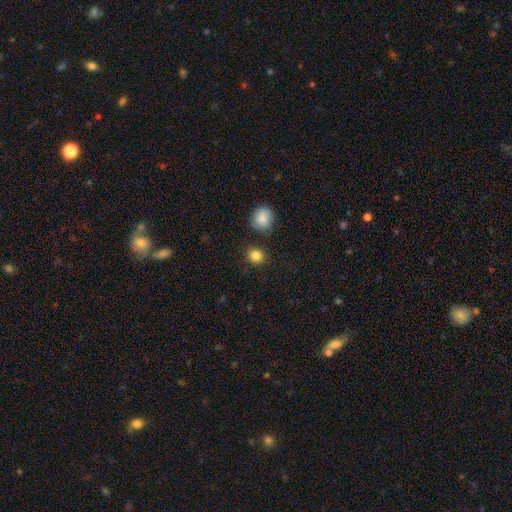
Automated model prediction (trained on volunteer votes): smooth_or_featured: smooth (p=0.85) [alt: star or artifact p=0.11]
how_rounded: round (p=0.88) [alt: in between p=0.11]
merging: none (p=0.85) [alt: minor disturbance p=0.08]